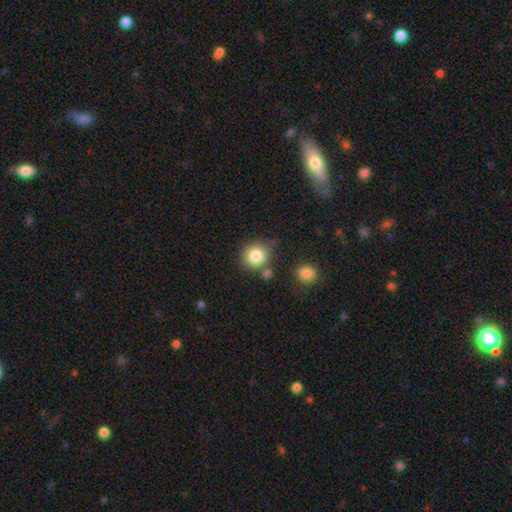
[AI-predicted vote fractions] Overall: smooth (84%). How rounded: round (87%). Merging: none (72%).